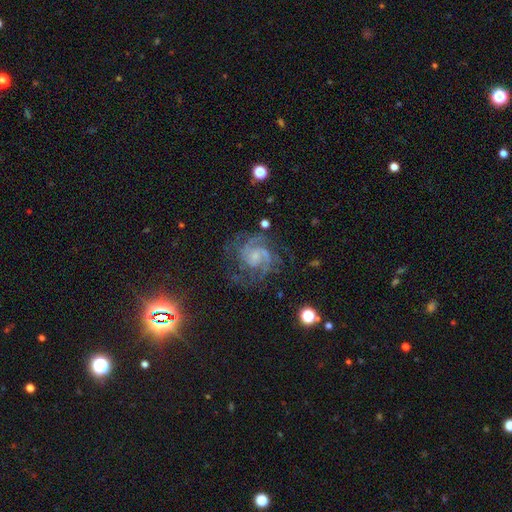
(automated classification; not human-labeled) This is clearly a featured or disk galaxy (81%). It is clearly not viewed edge-on (98%). Bar: possibly no (59%). Spiral arm pattern: clearly yes (95%). Spiral arm count: marginally 2 (34%). Spiral winding: possibly tight (45%). Central bulge: possibly small (49%). Merging: likely none (64%).